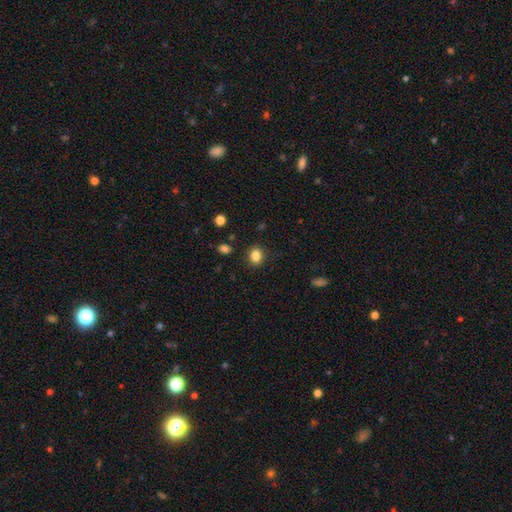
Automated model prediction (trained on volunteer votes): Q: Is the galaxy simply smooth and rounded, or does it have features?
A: smooth — 85%.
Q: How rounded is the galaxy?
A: in between — 50%.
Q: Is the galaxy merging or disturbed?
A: none — 87%.